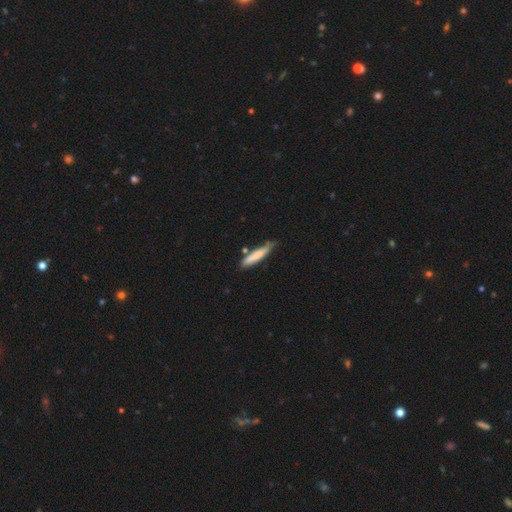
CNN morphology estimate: Smooth or featured? smooth (72%)
How rounded? cigar-shaped (87%)
Merging? none (63%)